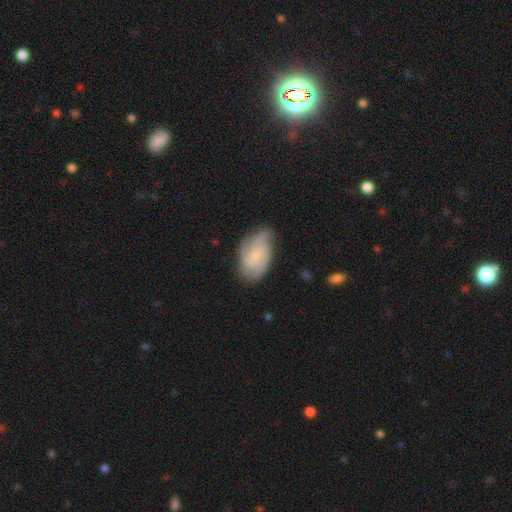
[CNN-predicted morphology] This is likely a featured or disk galaxy (67%). It is clearly not viewed edge-on (97%). Bar: likely no (61%). Spiral arm pattern: clearly yes (93%). Spiral arm count: marginally 3 (34%). Spiral winding: marginally medium (43%). Central bulge: likely small (66%). Merging: likely none (62%).